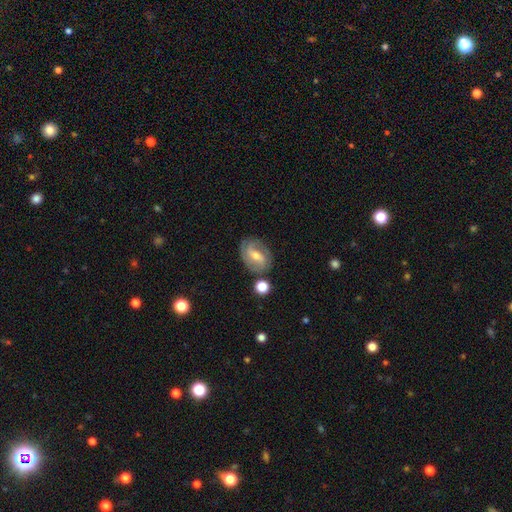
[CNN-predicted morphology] Smooth or featured: featured or disk — 68% (smooth — 25%)
Edge-on disk: no — 95% (yes — 5%)
Bar: weak — 46% (strong — 32%)
Spiral arms: yes — 86% (no — 14%)
Spiral winding: tight — 43% (medium — 41%)
Spiral arm count: 2 — 63% (can't tell — 18%)
Bulge size: moderate — 53% (small — 41%)
Merging: none — 73% (minor disturbance — 16%)